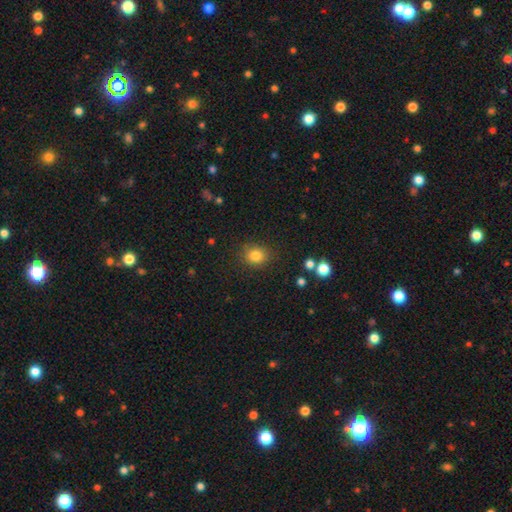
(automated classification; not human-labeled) Smooth or featured? Predicted: smooth (p=0.83). How rounded? Predicted: round (p=0.71). Merging? Predicted: none (p=0.86).